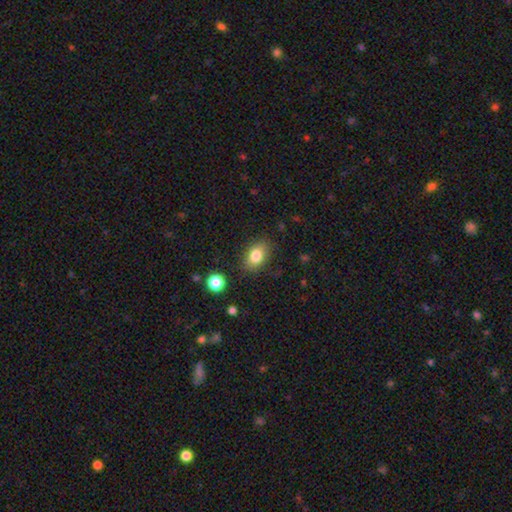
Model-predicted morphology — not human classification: type=smooth (81%); roundness=in between (80%); merging=none (83%).